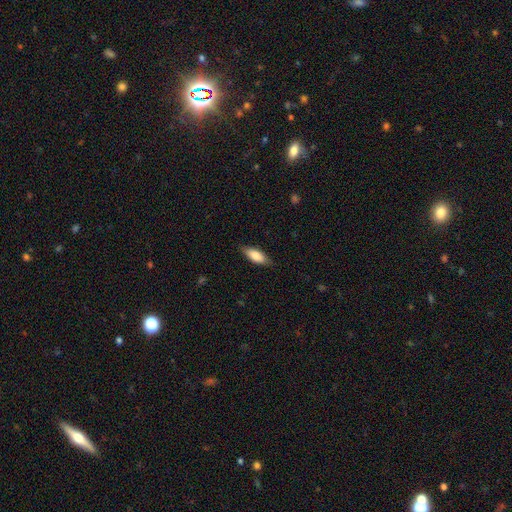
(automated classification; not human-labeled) Smooth or featured? smooth (81%)
How rounded? in between (74%)
Merging? none (82%)